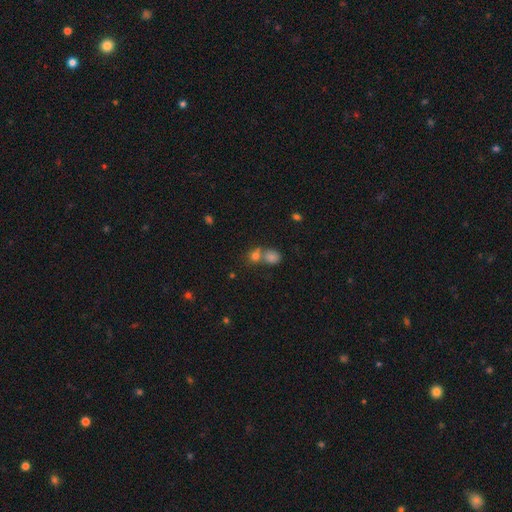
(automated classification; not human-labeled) This is possibly a smooth galaxy (58%). How rounded: likely round (72%). Merging: possibly none (48%).